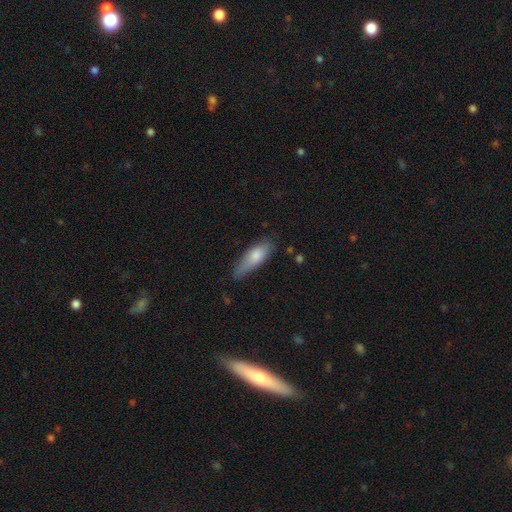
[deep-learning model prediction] Overall: smooth (75%). How rounded: in between (52%; cigar-shaped 46%). Merging: none (63%; minor disturbance 29%).